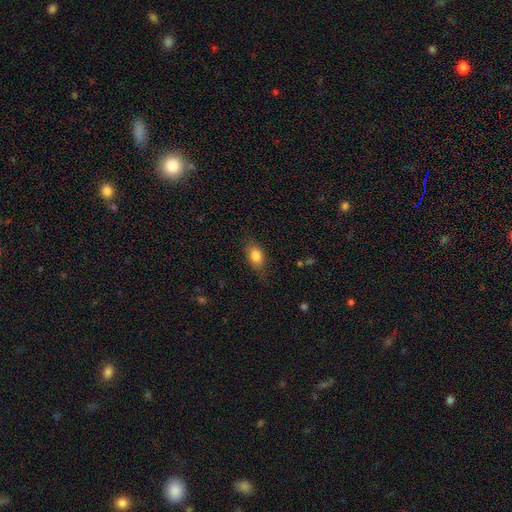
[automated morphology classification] A smooth galaxy with no disk features (82%) that is in between round and cigar-shaped (80%). Merging: none (78%).